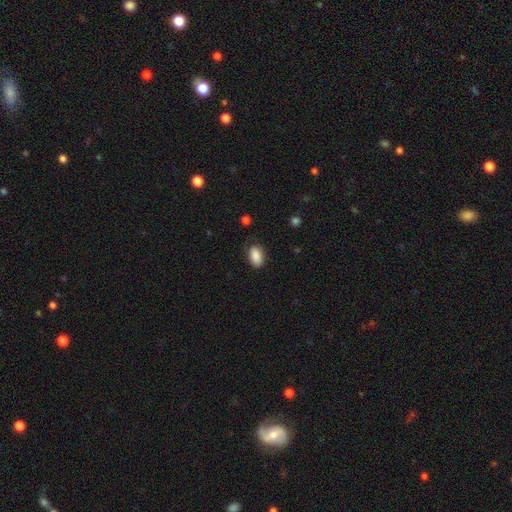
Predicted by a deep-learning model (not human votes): Q: Smooth or featured?
A: smooth (89%); runner-up: star or artifact (7%)
Q: How rounded?
A: in between (93%); runner-up: round (5%)
Q: Merging?
A: none (75%); runner-up: minor disturbance (19%)